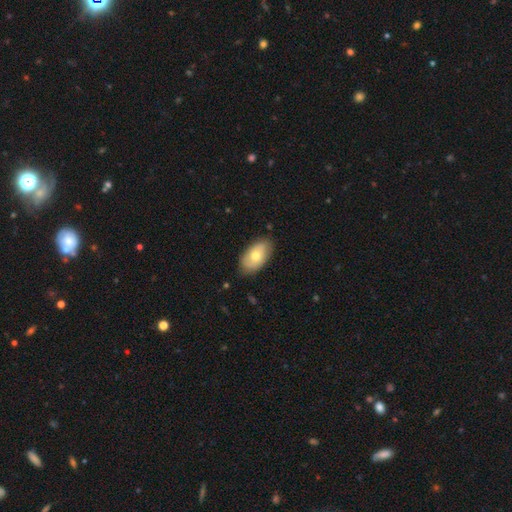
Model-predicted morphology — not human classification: Overall: smooth (66%; featured or disk 28%). How rounded: in between (94%). Merging: none (81%).